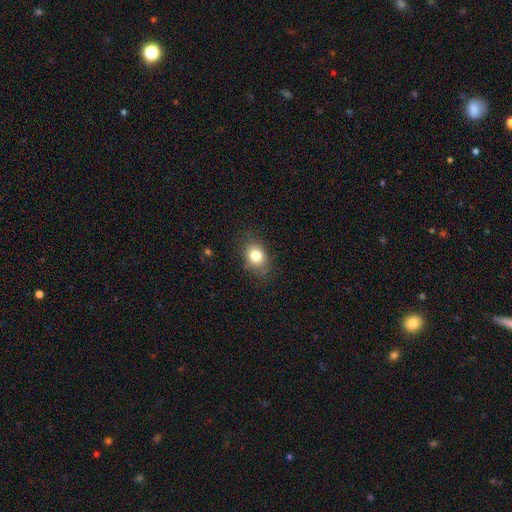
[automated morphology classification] This is likely a smooth galaxy (80%). How rounded: possibly in between (56%). Merging: likely none (79%).